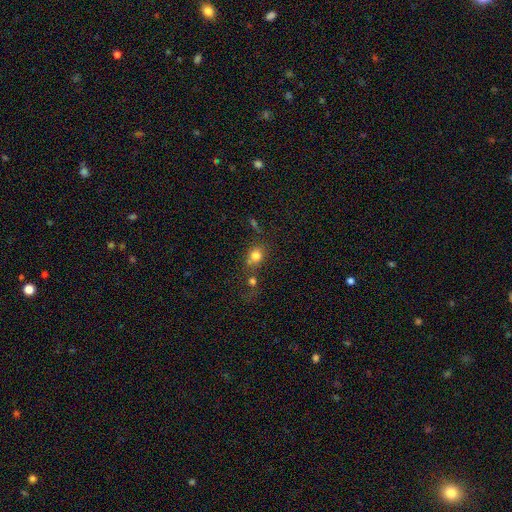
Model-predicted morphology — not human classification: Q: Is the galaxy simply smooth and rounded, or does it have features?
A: smooth — 77%.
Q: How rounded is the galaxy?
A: round — 71%.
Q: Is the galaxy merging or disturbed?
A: none — 50%.